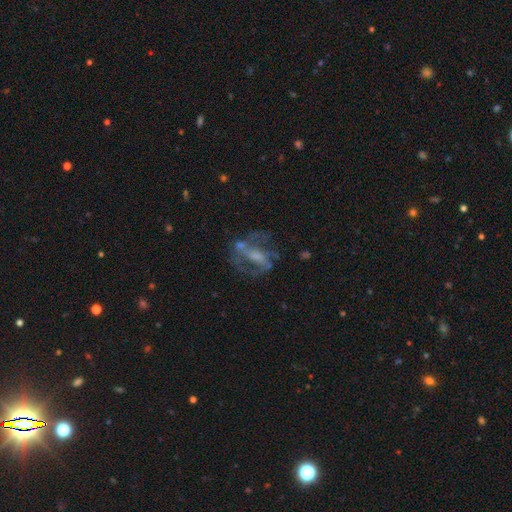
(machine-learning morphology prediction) smooth_or_featured: featured or disk (p=0.74) [alt: smooth p=0.16]
disk_edge_on: no (p=0.95) [alt: yes p=0.05]
bar: weak (p=0.38) [alt: no p=0.34]
has_spiral_arms: yes (p=0.69) [alt: no p=0.31]
bulge_size: moderate (p=0.33) [alt: small p=0.31]
merging: none (p=0.53) [alt: major disturbance p=0.22]